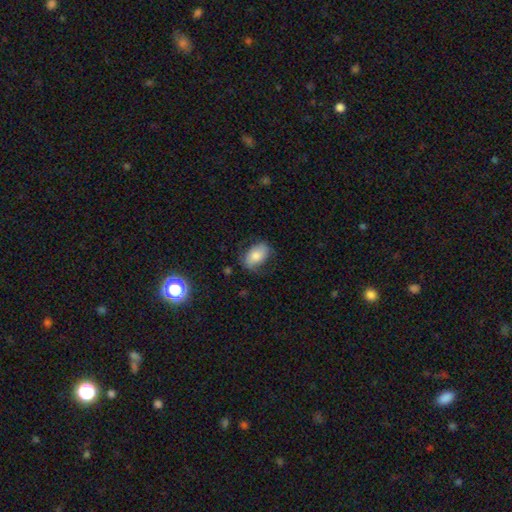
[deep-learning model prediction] The model was most divided on "merging": none: 64%, minor disturbance: 25%, major disturbance: 10%, merger: 2%. More confident: how rounded — in between (88%); smooth or featured — smooth (75%).